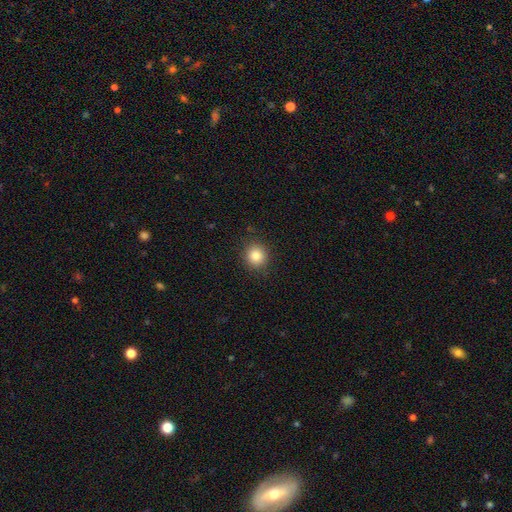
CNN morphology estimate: This appears to be a smooth galaxy with no disk features (84%) that is round (90%). Merging: none (89%).